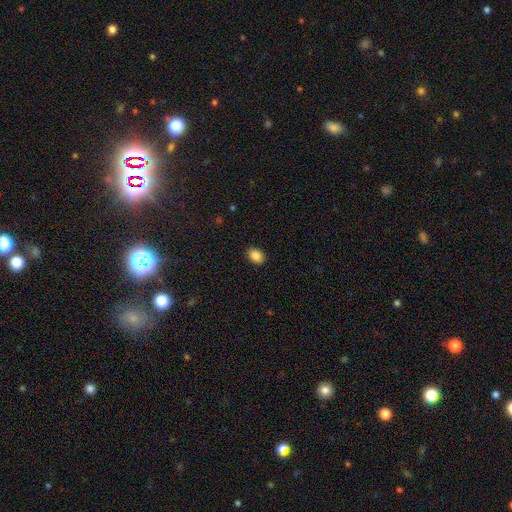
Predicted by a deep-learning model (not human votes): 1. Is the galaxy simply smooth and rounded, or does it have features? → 88% smooth, 8% star or artifact, 4% featured or disk.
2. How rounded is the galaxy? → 77% in between, 22% round, 1% cigar-shaped.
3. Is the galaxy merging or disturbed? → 89% none, 8% minor disturbance, 2% major disturbance, 1% merger.